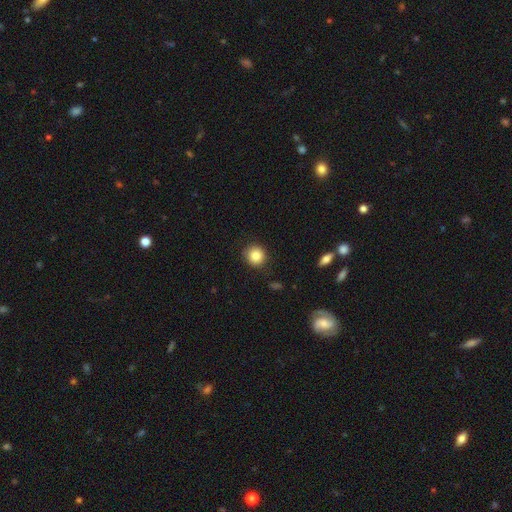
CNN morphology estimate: Smooth or featured? Predicted: smooth (p=0.85). How rounded? Predicted: round (p=0.90). Merging? Predicted: none (p=0.86).